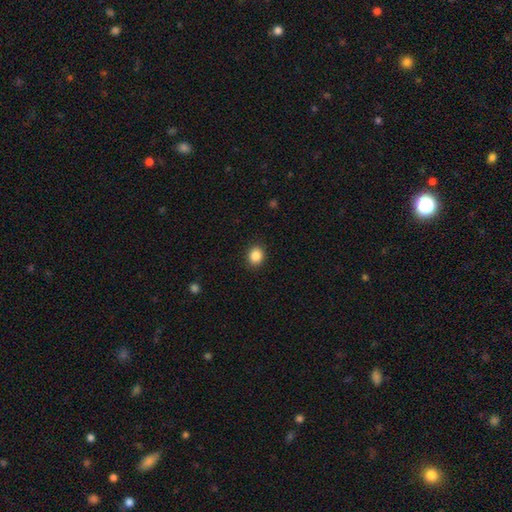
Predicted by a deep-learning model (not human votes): Q: Smooth or featured?
A: smooth (86%); runner-up: star or artifact (10%)
Q: How rounded?
A: round (67%); runner-up: in between (32%)
Q: Merging?
A: none (90%); runner-up: minor disturbance (7%)